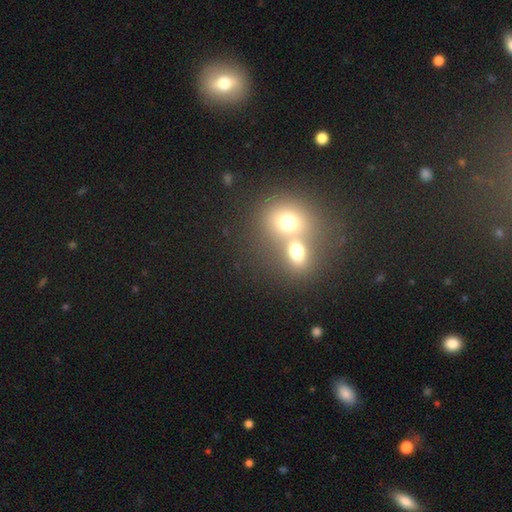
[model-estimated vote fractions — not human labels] Smooth or featured? smooth (54%)
How rounded? round (70%)
Merging? merger (63%)